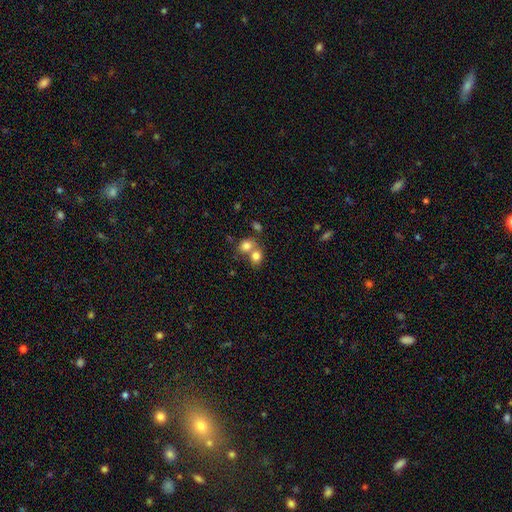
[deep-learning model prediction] Smooth or featured?
  - smooth: 78% *
  - featured or disk: 11%
  - star or artifact: 11%
How rounded?
  - round: 60% *
  - in between: 39%
  - cigar-shaped: 1%
Merging?
  - merger: 56% *
  - none: 34%
  - minor disturbance: 7%
  - major disturbance: 3%